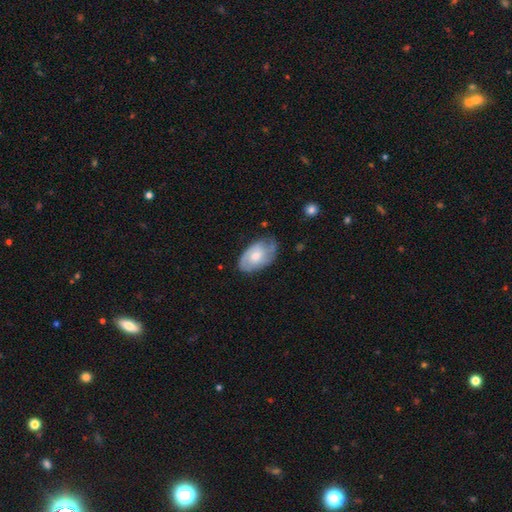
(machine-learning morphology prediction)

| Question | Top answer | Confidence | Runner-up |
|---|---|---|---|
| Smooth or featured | featured or disk | 53% | smooth (42%) |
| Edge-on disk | no | 94% | yes (6%) |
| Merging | none | 60% | minor disturbance (30%) |